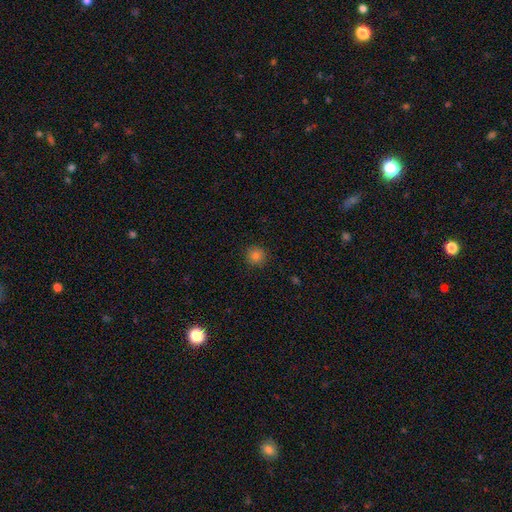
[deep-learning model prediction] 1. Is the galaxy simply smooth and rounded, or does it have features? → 80% smooth, 13% star or artifact, 6% featured or disk.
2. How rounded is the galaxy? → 94% round, 5% in between, 1% cigar-shaped.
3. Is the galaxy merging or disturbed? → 91% none, 7% minor disturbance, 2% major disturbance, 1% merger.